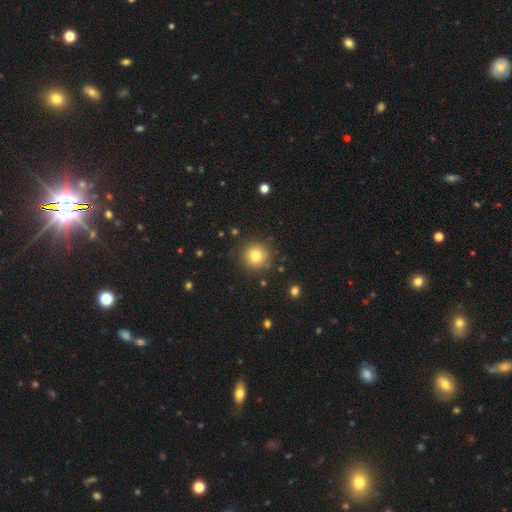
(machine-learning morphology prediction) type=smooth (79%); roundness=round (95%); merging=none (88%).